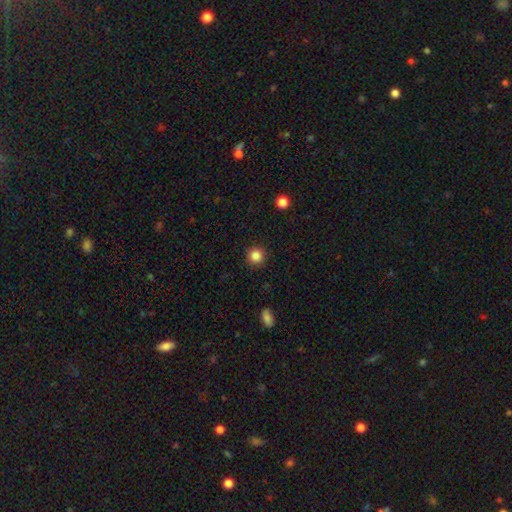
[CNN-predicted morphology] type=smooth (85%); roundness=round (95%); merging=none (92%).